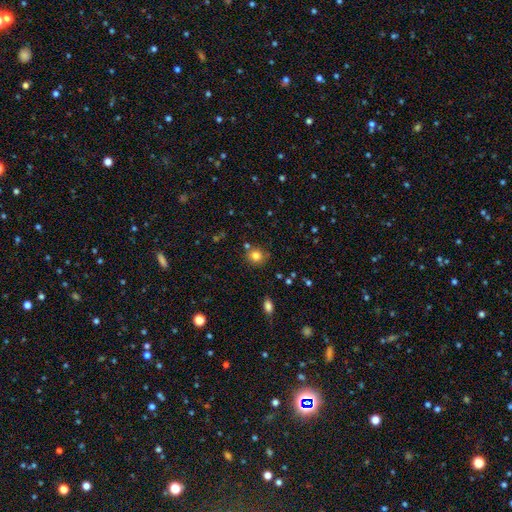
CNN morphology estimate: This is clearly a smooth galaxy (81%). How rounded: clearly round (86%). Merging: likely none (79%).